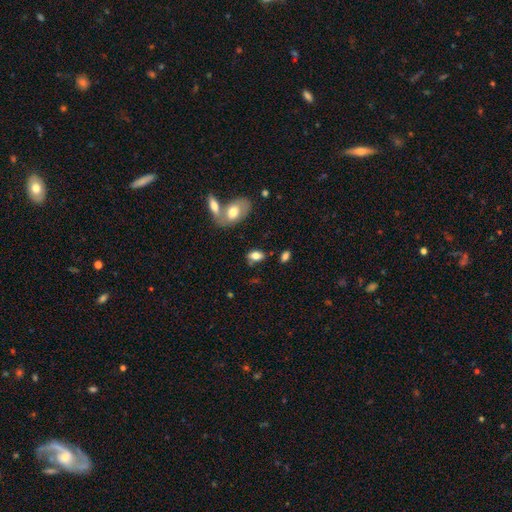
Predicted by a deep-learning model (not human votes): This is likely a smooth galaxy (75%). How rounded: clearly in between (88%). Merging: likely none (65%).